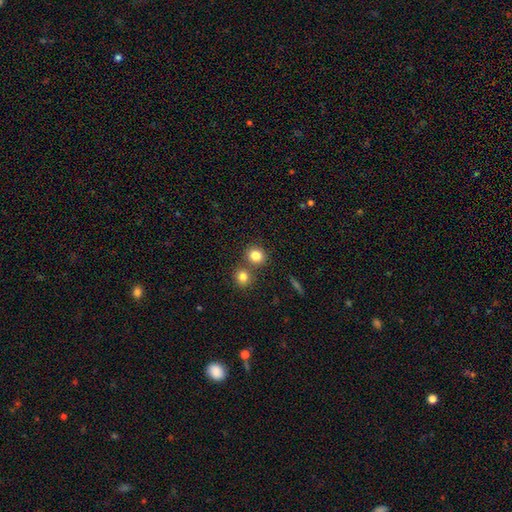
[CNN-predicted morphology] smooth-or-featured: smooth: 82% | star or artifact: 11% | featured or disk: 6%
  how-rounded: round: 83% | in between: 16% | cigar-shaped: 1%
  merging: none: 67% | merger: 24% | minor disturbance: 7% | major disturbance: 3%